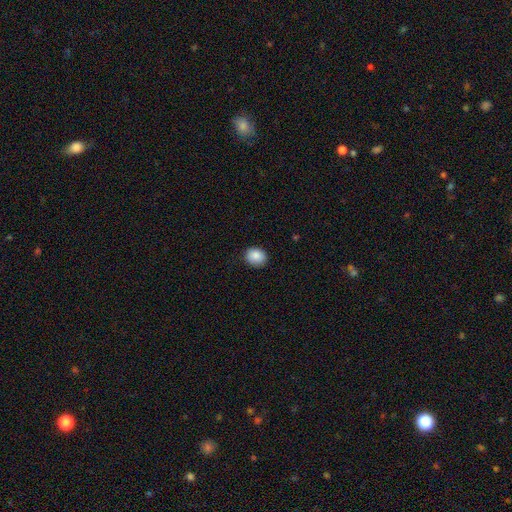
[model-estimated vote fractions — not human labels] A smooth galaxy with no disk features (87%) that is round (64%).

Vote fractions:
- Smooth or featured? smooth: 87% / star or artifact: 8% / featured or disk: 4%
- How rounded? round: 64% / in between: 35% / cigar-shaped: 1%
- Merging? none: 87% / minor disturbance: 10% / major disturbance: 2% / merger: 1%